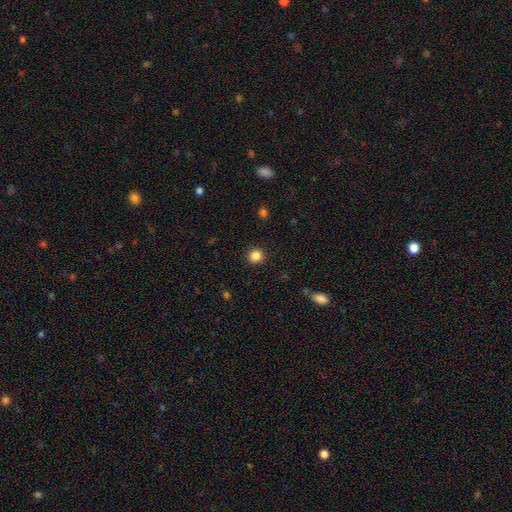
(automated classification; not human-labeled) Morphology: type=smooth (85%); roundness=round (93%); merging=none (92%).